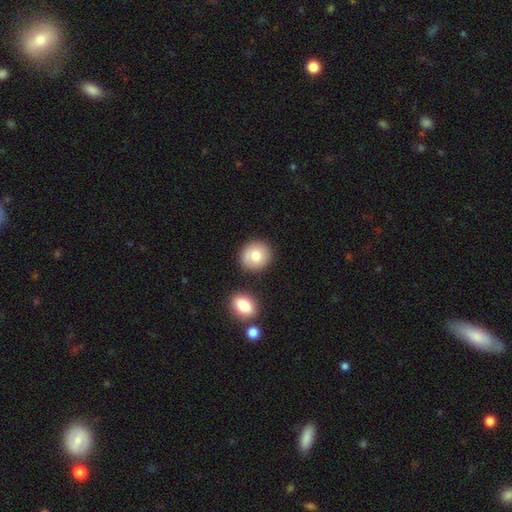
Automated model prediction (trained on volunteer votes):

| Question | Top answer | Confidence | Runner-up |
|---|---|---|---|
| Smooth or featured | smooth | 78% | featured or disk (14%) |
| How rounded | round | 86% | in between (13%) |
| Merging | none | 80% | minor disturbance (10%) |